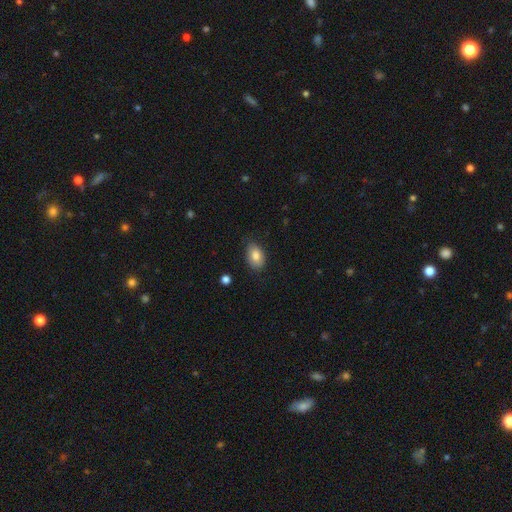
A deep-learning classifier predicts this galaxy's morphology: Smooth or featured? smooth (83%)
How rounded? in between (87%)
Merging? none (79%)